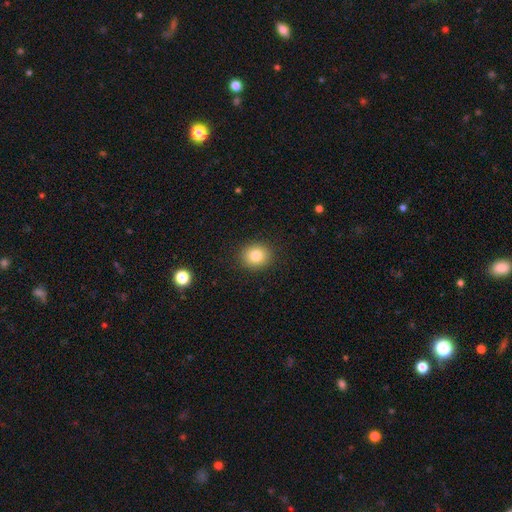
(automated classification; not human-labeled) Smooth or featured? smooth (82%)
How rounded? round (76%)
Merging? none (90%)